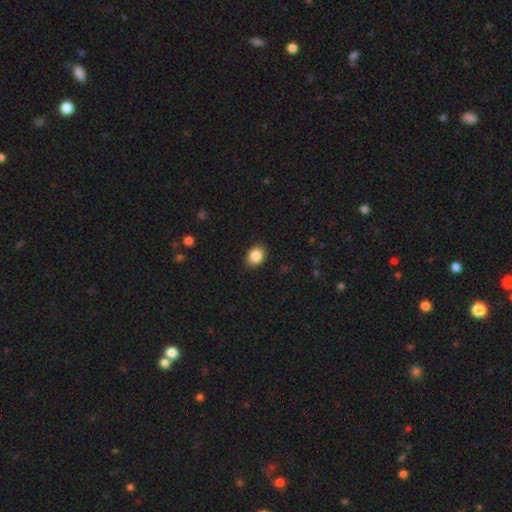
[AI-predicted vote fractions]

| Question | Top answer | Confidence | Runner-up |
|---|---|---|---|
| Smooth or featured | smooth | 87% | star or artifact (9%) |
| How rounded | in between | 63% | round (37%) |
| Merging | none | 88% | minor disturbance (9%) |